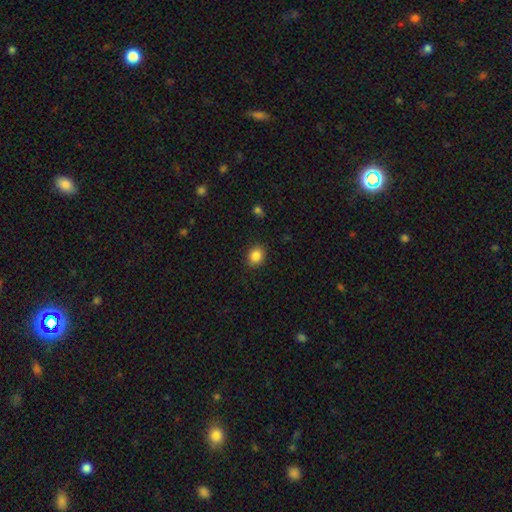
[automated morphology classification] Smooth or featured? Predicted: smooth (p=0.86). How rounded? Predicted: round (p=0.57). Merging? Predicted: none (p=0.88).